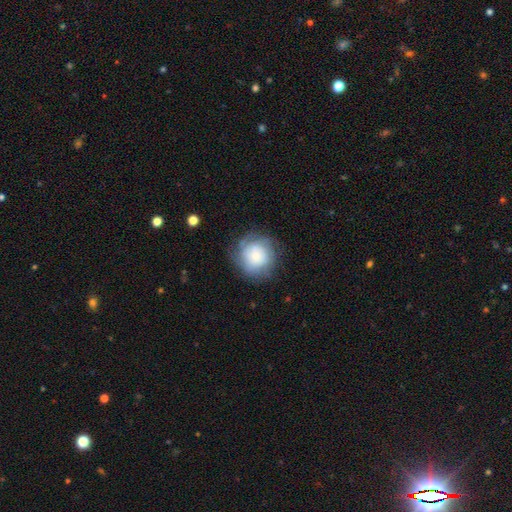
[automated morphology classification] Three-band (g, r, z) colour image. It shows a smooth galaxy with no disk features (59%) that is round (90%). Merging: none (73%).